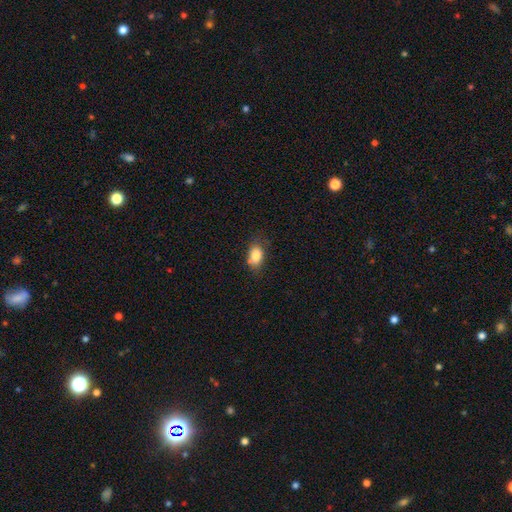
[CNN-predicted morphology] type=smooth (83%); roundness=in between (82%); merging=none (67%).